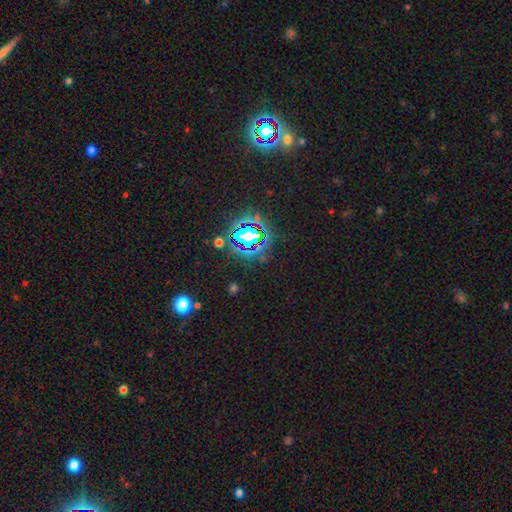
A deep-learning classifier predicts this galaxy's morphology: The model was most divided on "smooth or featured": star or artifact: 82%, smooth: 11%, featured or disk: 7%.